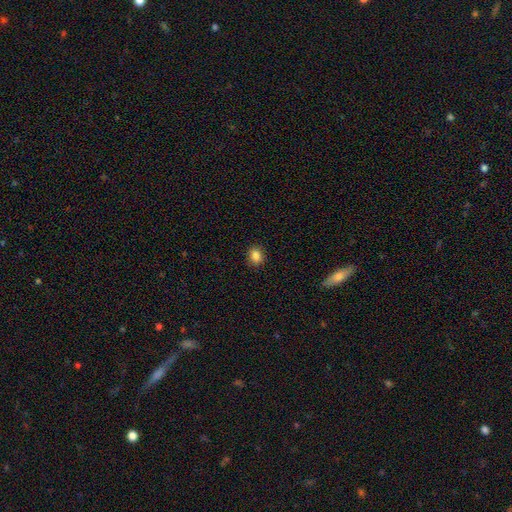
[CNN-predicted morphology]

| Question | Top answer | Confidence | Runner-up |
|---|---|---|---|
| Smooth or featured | smooth | 85% | star or artifact (11%) |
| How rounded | round | 64% | in between (35%) |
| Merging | none | 90% | minor disturbance (7%) |